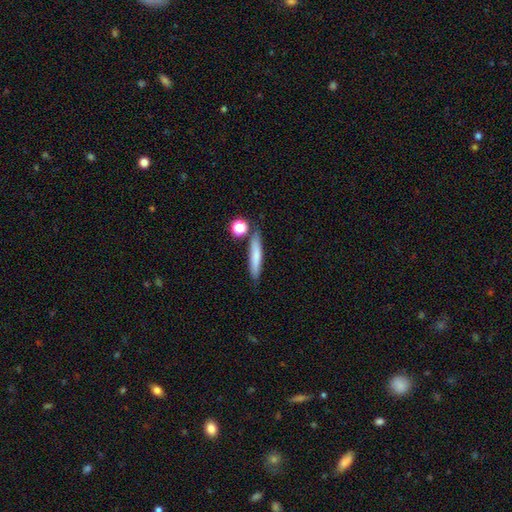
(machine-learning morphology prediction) This appears to be a smooth galaxy with no disk features (75%) that is cigar-shaped (86%). Merging: none (78%).